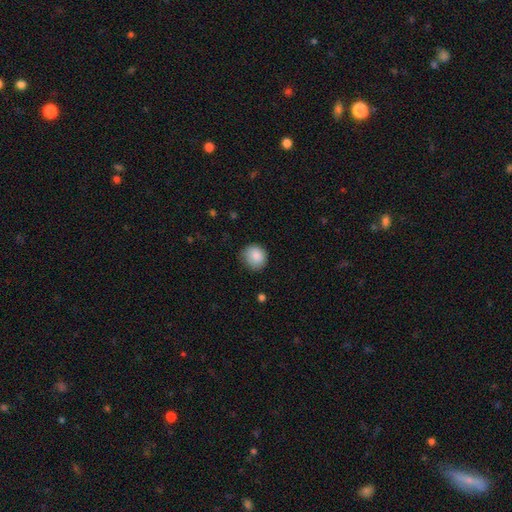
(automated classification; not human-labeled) Smooth or featured: smooth — 87% (star or artifact — 8%)
How rounded: round — 85% (in between — 14%)
Merging: none — 79% (minor disturbance — 16%)